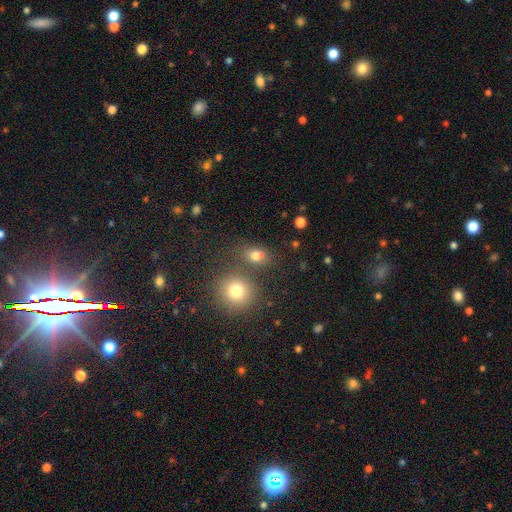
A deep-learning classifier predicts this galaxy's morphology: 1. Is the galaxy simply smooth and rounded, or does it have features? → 74% smooth, 17% star or artifact, 9% featured or disk.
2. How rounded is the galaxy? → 57% in between, 41% round, 2% cigar-shaped.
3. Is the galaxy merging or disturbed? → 63% none, 20% merger, 12% minor disturbance, 5% major disturbance.